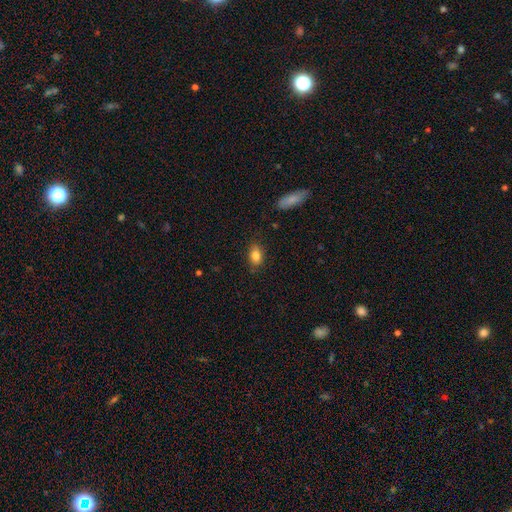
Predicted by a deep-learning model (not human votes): A smooth galaxy with no disk features (83%) that is in between round and cigar-shaped (82%). Merging: none (83%).